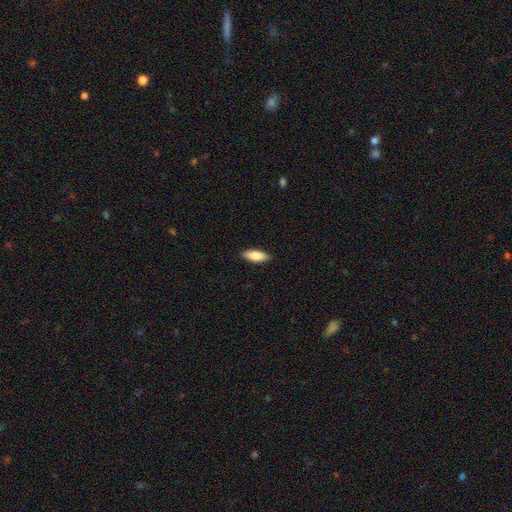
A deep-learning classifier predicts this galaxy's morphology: The model was most divided on "how rounded": in between: 72%, cigar-shaped: 26%, round: 2%. More confident: merging — none (89%); smooth or featured — smooth (84%).